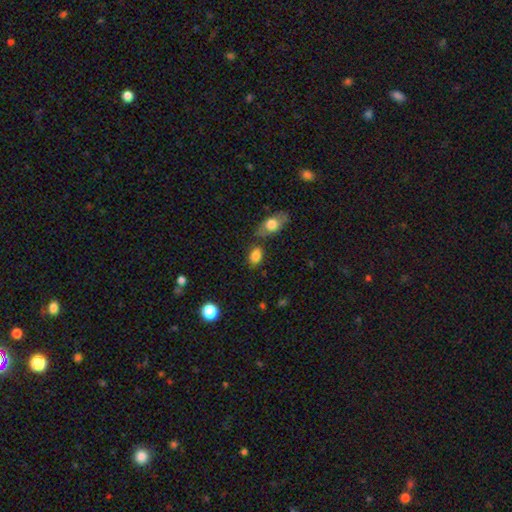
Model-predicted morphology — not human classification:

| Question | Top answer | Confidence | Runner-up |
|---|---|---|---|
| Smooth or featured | smooth | 82% | featured or disk (9%) |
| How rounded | in between | 79% | round (19%) |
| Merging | none | 69% | minor disturbance (15%) |